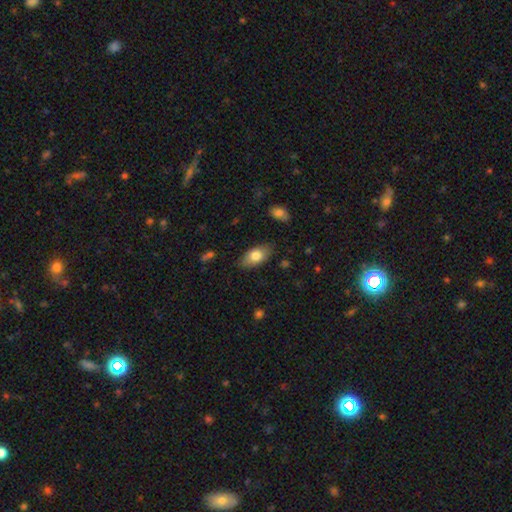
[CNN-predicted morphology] This appears to be a smooth galaxy with no disk features (77%) that is in between round and cigar-shaped (91%). Merging: none (82%).